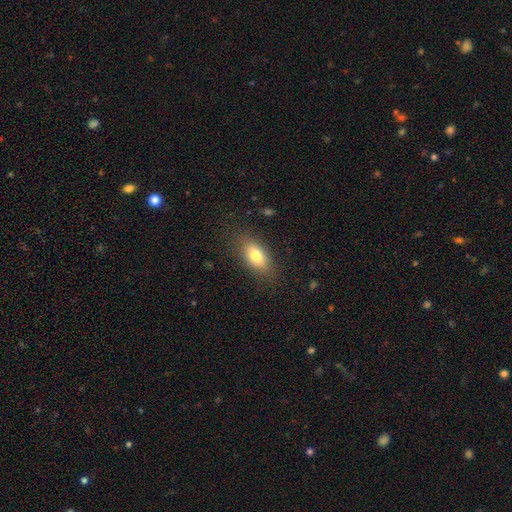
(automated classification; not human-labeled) This is likely a smooth galaxy (79%). How rounded: clearly in between (87%). Merging: clearly none (83%).